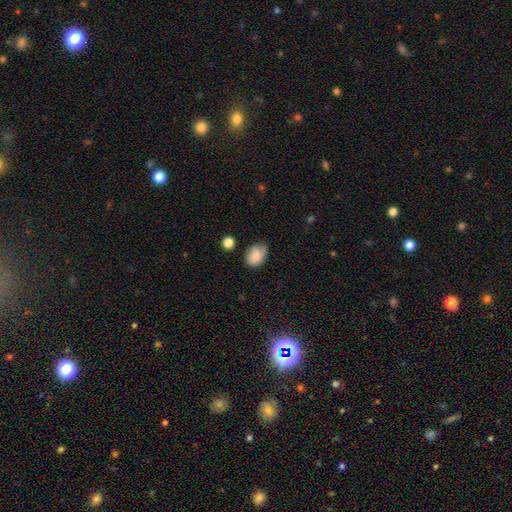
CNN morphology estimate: This appears to be a smooth galaxy with no disk features (85%) that is in between round and cigar-shaped (72%). Merging: none (65%).